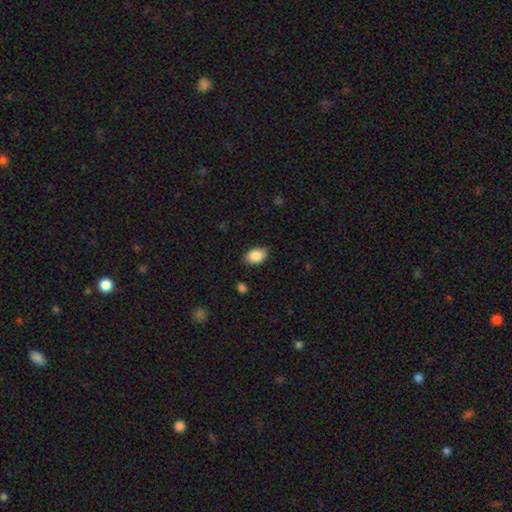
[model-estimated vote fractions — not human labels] A smooth galaxy with no disk features (87%) that is in between round and cigar-shaped (84%).

Vote fractions:
- Smooth or featured? smooth: 87% / star or artifact: 7% / featured or disk: 5%
- How rounded? in between: 84% / round: 15% / cigar-shaped: 1%
- Merging? none: 83% / minor disturbance: 13% / major disturbance: 3% / merger: 1%